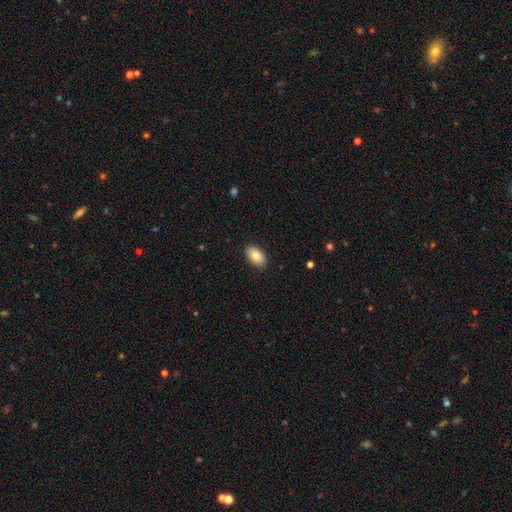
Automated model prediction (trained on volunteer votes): A smooth galaxy with no disk features (83%) that is in between round and cigar-shaped (93%).

Vote fractions:
- Smooth or featured? smooth: 83% / featured or disk: 10% / star or artifact: 7%
- How rounded? in between: 93% / round: 6% / cigar-shaped: 1%
- Merging? none: 90% / minor disturbance: 8% / major disturbance: 2% / merger: 1%